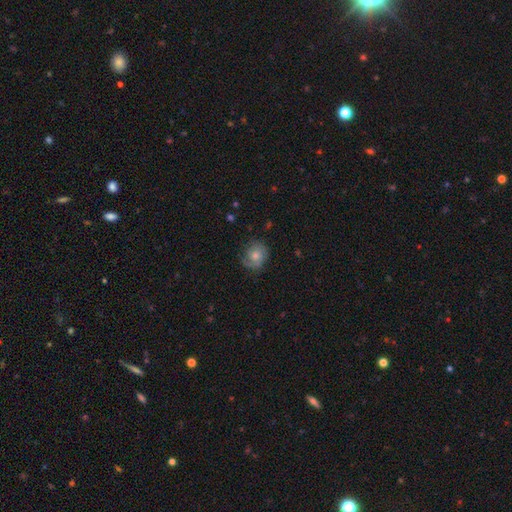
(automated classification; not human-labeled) Overall: smooth (51%; featured or disk 41%). How rounded: round (72%). Merging: none (66%).